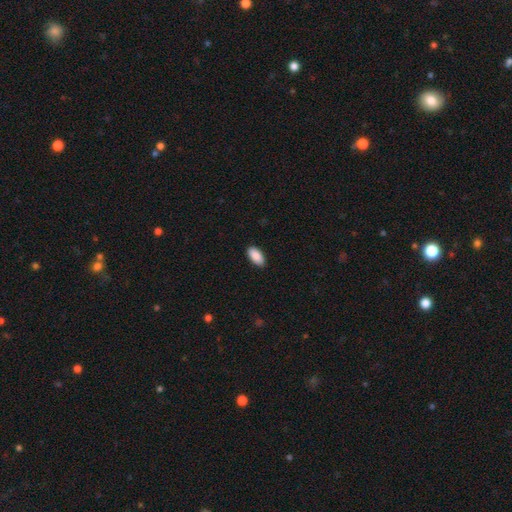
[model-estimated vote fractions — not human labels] A smooth galaxy with no disk features (90%) that is in between round and cigar-shaped (94%). Merging: none (90%).